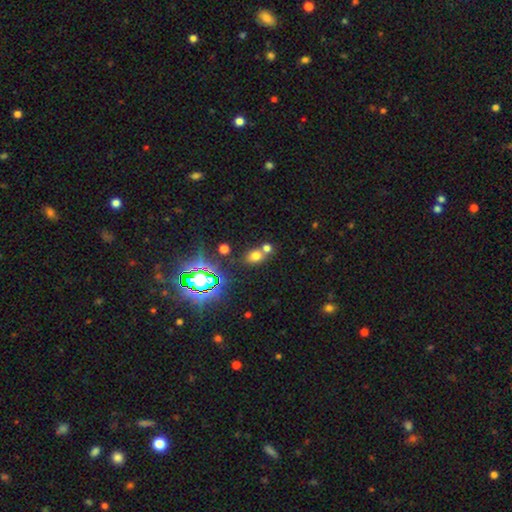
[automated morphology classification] A smooth galaxy with no disk features (66%) that is in between round and cigar-shaped (56%).

Vote fractions:
- Smooth or featured? smooth: 66% / star or artifact: 23% / featured or disk: 11%
- How rounded? in between: 56% / round: 42% / cigar-shaped: 2%
- Merging? none: 47% / merger: 41% / minor disturbance: 8% / major disturbance: 3%